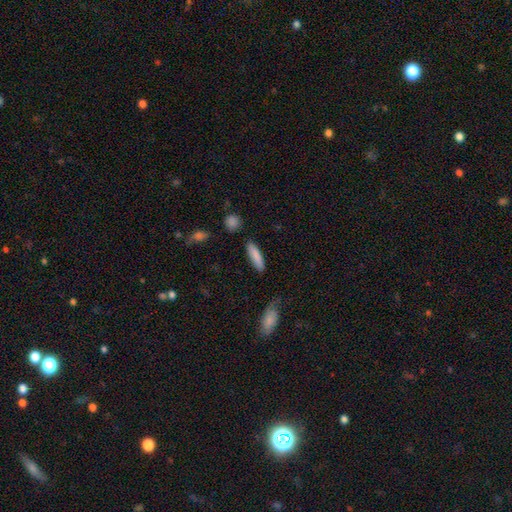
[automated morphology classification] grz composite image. It shows a smooth galaxy with no disk features (84%) that is cigar-shaped (71%). Merging: none (83%).